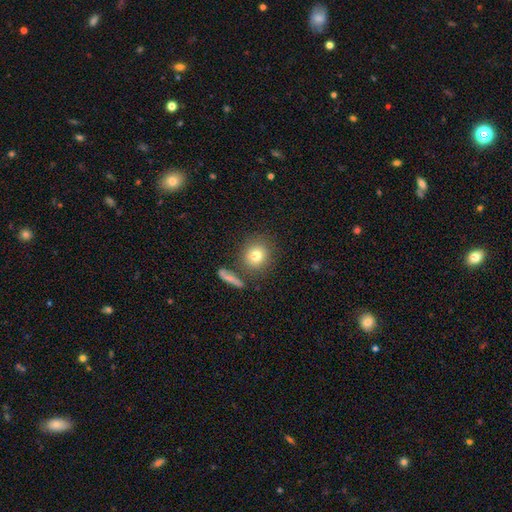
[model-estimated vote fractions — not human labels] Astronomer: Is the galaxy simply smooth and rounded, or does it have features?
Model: smooth — 78%.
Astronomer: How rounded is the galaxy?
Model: round — 86%.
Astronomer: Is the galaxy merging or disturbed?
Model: none — 77%.